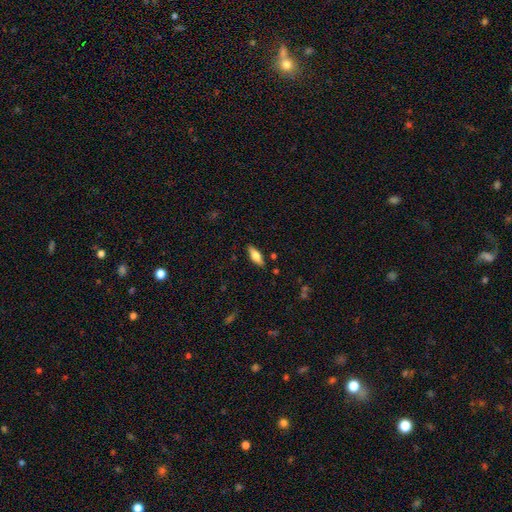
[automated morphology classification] The model was most divided on "smooth or featured": smooth: 59%, featured or disk: 35%, star or artifact: 7%. More confident: merging — none (86%); how rounded — in between (64%).